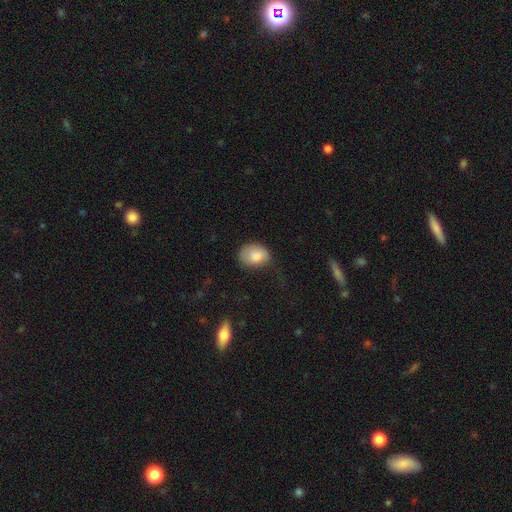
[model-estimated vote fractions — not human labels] Overall: smooth (83%). How rounded: in between (68%; round 31%). Merging: none (45%; minor disturbance 34%).